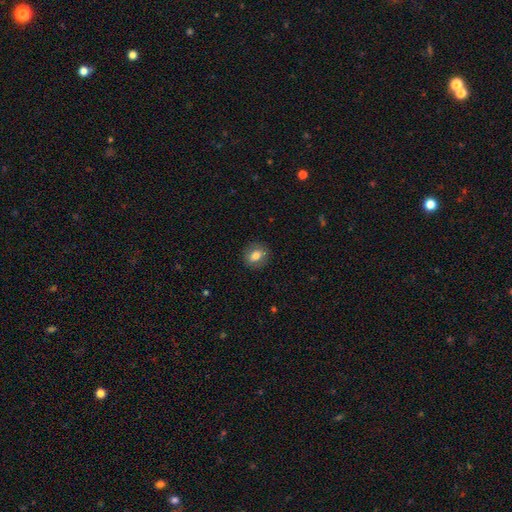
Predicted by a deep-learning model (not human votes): Smooth or featured: smooth — 75% (featured or disk — 17%)
How rounded: round — 57% (in between — 41%)
Merging: none — 86% (minor disturbance — 10%)